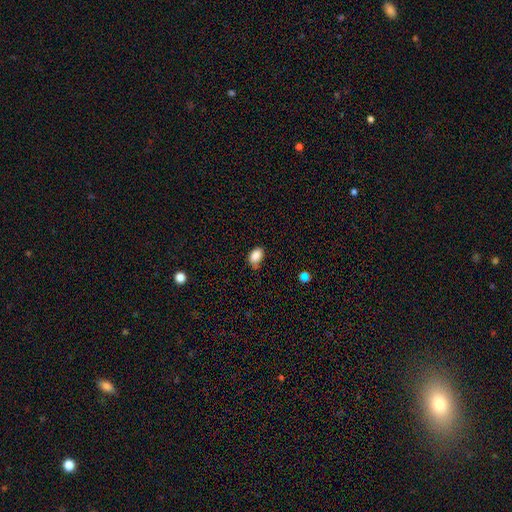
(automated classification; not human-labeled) Smooth or featured? Predicted: smooth (p=0.86). How rounded? Predicted: in between (p=0.84). Merging? Predicted: none (p=0.58).